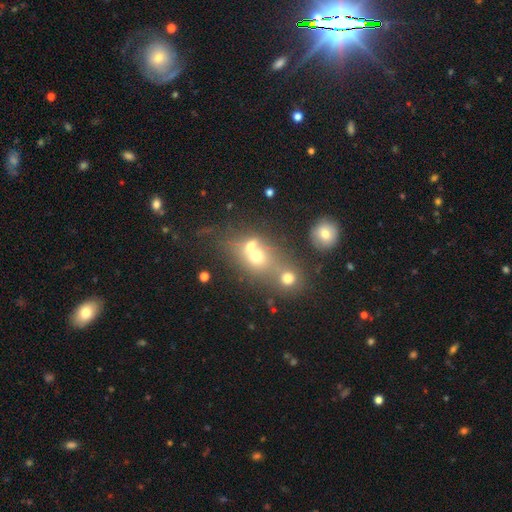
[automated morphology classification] Overall: smooth (59%; star or artifact 21%). How rounded: round (57%; in between 39%). Merging: merger (52%; none 33%).